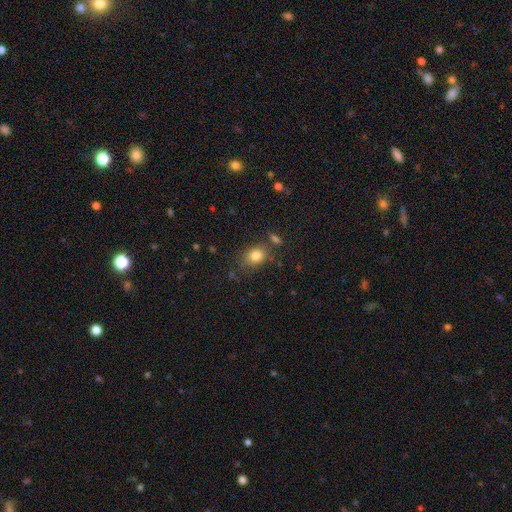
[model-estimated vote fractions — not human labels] A smooth galaxy with no disk features (82%) that is in between round and cigar-shaped (60%).

Vote fractions:
- Smooth or featured? smooth: 82% / star or artifact: 11% / featured or disk: 8%
- How rounded? in between: 60% / round: 39% / cigar-shaped: 1%
- Merging? none: 72% / minor disturbance: 16% / merger: 8% / major disturbance: 5%